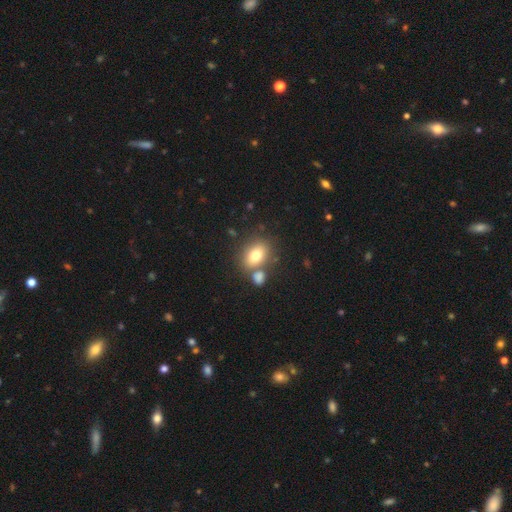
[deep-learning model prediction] The model was most divided on "merging": none: 60%, merger: 24%, minor disturbance: 12%, major disturbance: 4%. More confident: smooth or featured — smooth (77%); how rounded — in between (71%).